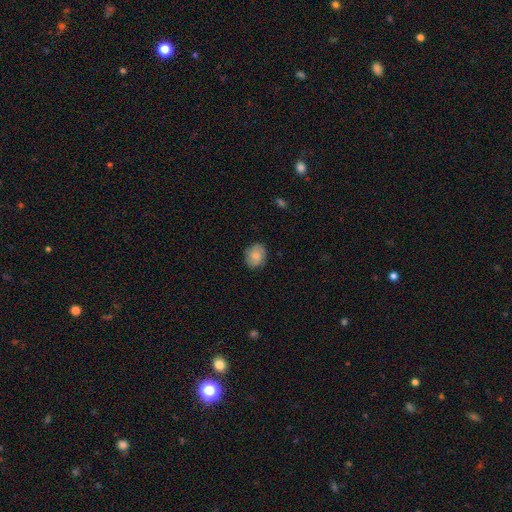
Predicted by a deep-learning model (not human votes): The model was most divided on "smooth or featured": smooth: 50%, featured or disk: 42%, star or artifact: 8%. More confident: merging — none (81%).